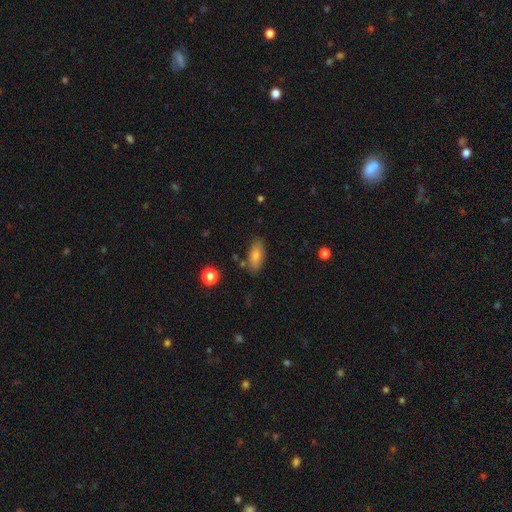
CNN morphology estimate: Smooth or featured: smooth — 77% (featured or disk — 15%)
How rounded: in between — 86% (cigar-shaped — 10%)
Merging: none — 78% (minor disturbance — 15%)